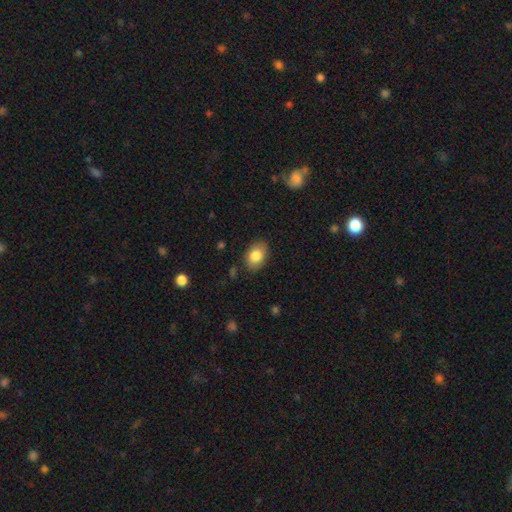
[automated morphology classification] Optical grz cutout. It shows a smooth galaxy with no disk features (84%) that is in between round and cigar-shaped (84%). Merging: none (84%).